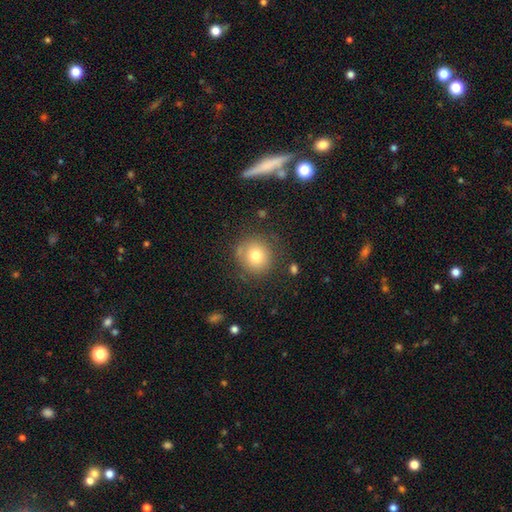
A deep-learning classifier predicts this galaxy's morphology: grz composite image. It shows a smooth galaxy with no disk features (76%) that is round (91%). Merging: none (80%).